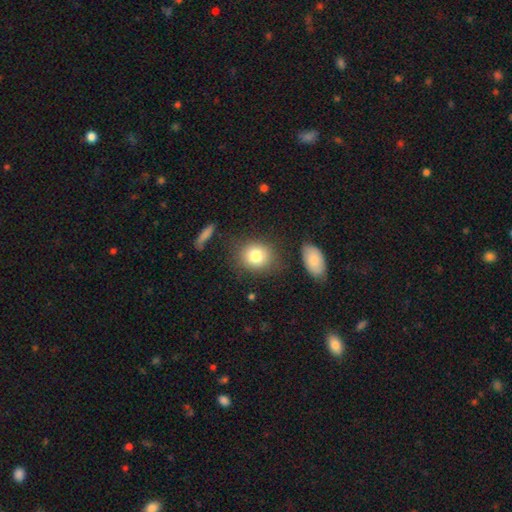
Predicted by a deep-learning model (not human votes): smooth-or-featured: smooth: 81% | featured or disk: 10% | star or artifact: 9%
  how-rounded: round: 70% | in between: 29% | cigar-shaped: 1%
  merging: none: 78% | minor disturbance: 12% | merger: 5% | major disturbance: 5%